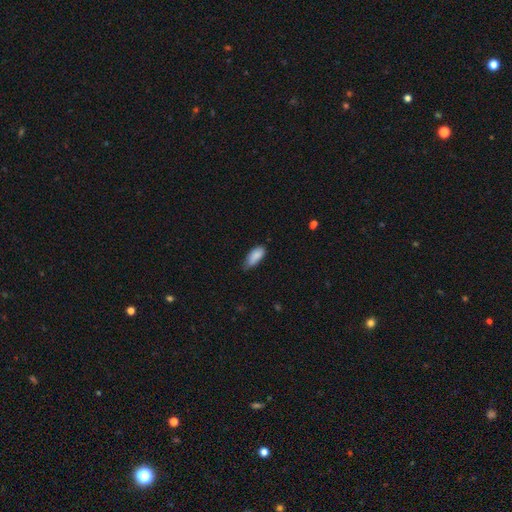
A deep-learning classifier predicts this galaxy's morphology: The model was most divided on "merging": none: 52%, minor disturbance: 40%, major disturbance: 6%, merger: 2%. More confident: smooth or featured — smooth (87%); how rounded — in between (85%).